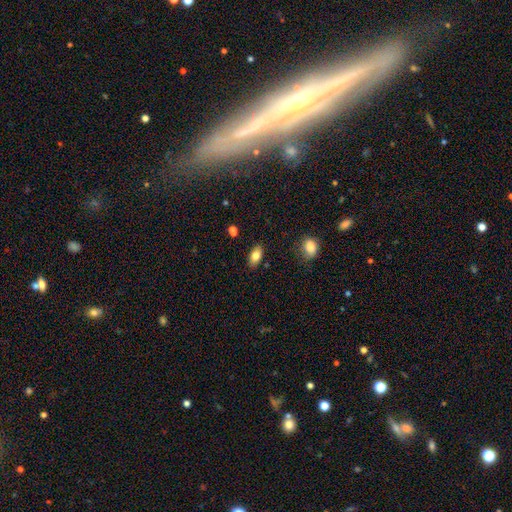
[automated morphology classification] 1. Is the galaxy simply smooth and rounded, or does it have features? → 81% smooth, 11% featured or disk, 8% star or artifact.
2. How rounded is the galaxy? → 91% in between, 5% round, 4% cigar-shaped.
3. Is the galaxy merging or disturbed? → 85% none, 10% minor disturbance, 2% major disturbance, 2% merger.